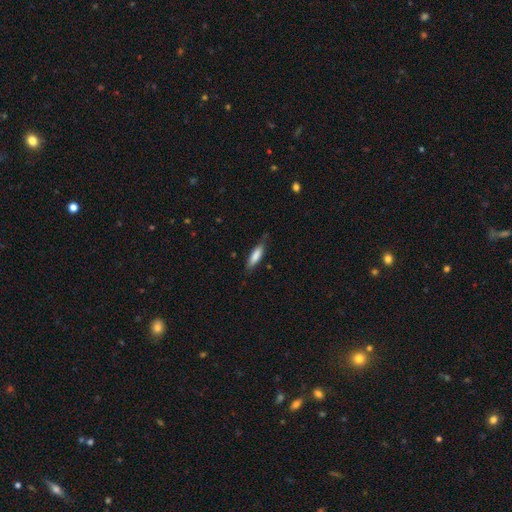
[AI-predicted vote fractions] Morphology: type=smooth (79%); roundness=cigar-shaped (60%); merging=none (75%).